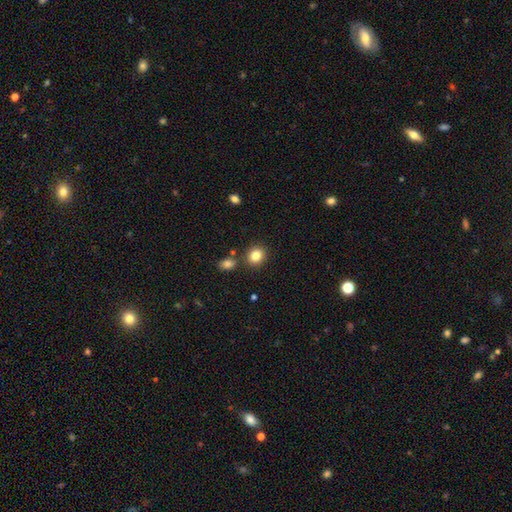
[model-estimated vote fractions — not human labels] Smooth or featured? Predicted: smooth (p=0.83). How rounded? Predicted: round (p=0.73). Merging? Predicted: none (p=0.82).